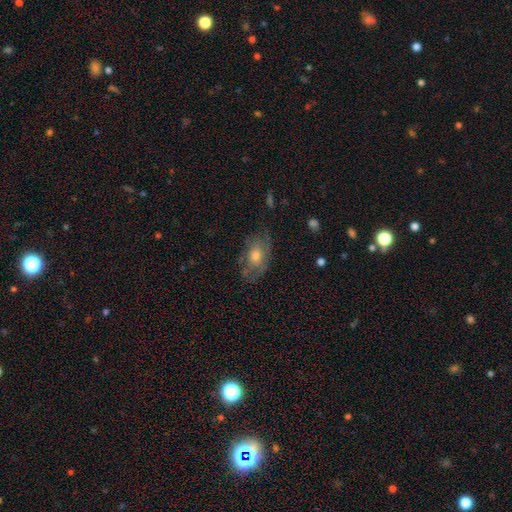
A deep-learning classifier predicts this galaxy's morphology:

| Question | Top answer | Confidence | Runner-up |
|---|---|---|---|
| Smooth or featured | smooth | 46% | featured or disk (44%) |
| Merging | none | 63% | minor disturbance (25%) |